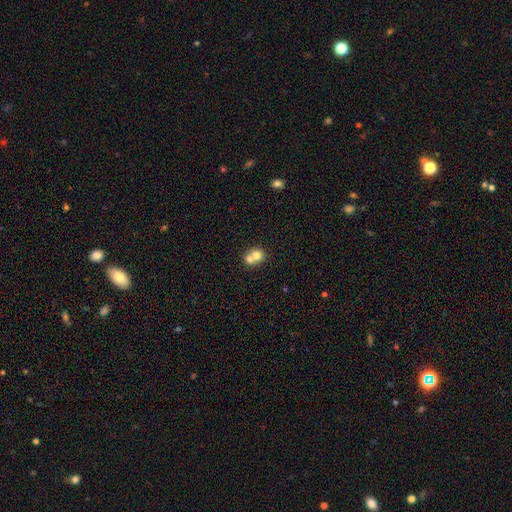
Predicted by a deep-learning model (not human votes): smooth 71%, featured or disk 18%, star or artifact 10%. Down the decision tree: how rounded — round (79%); merging — merger (63%).